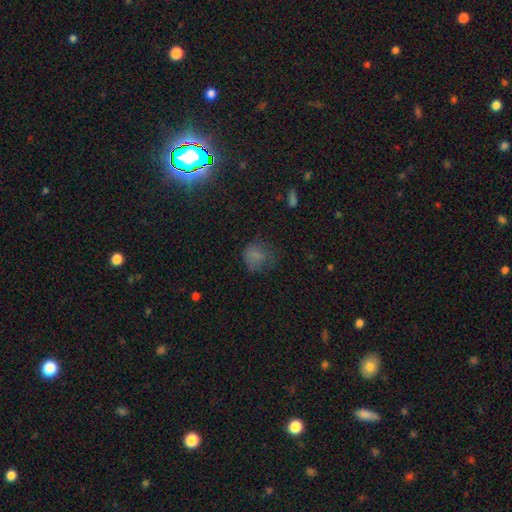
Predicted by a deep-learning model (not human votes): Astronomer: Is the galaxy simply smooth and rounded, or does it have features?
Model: smooth — 70%.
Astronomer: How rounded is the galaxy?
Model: round — 73%.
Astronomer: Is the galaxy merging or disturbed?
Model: none — 51% (runner-up: minor disturbance, 26%).